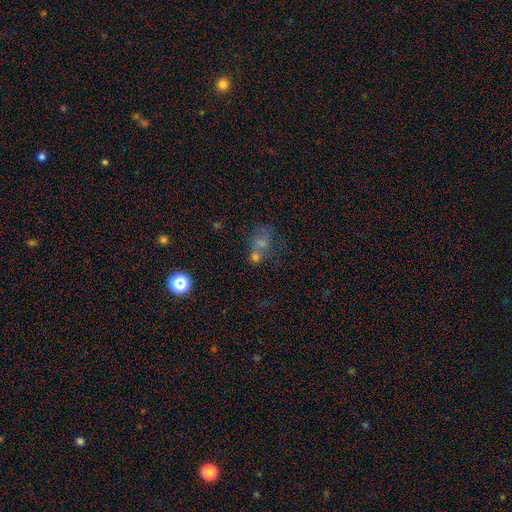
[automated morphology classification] Smooth or featured?
  - smooth: 41% *
  - star or artifact: 36%
  - featured or disk: 23%
Merging?
  - none: 43% *
  - merger: 37%
  - minor disturbance: 12%
  - major disturbance: 9%